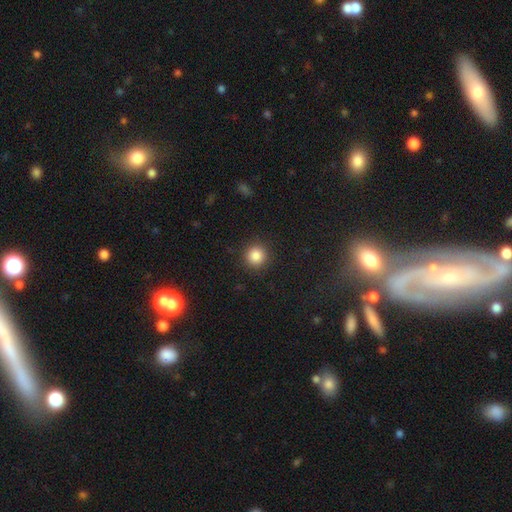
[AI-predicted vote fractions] Morphology: type=smooth (86%); roundness=round (94%); merging=none (91%).